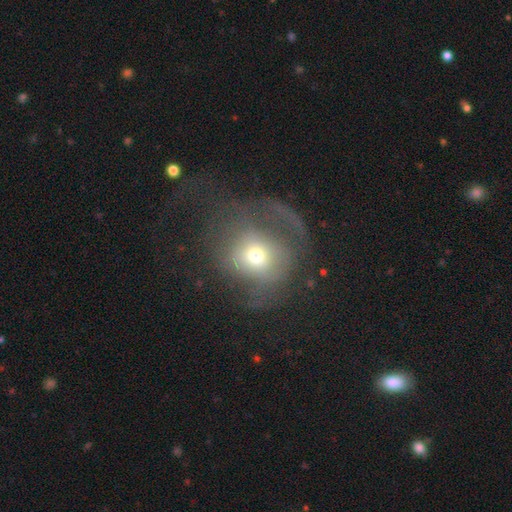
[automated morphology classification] Q: Smooth or featured?
A: smooth (51%); runner-up: featured or disk (36%)
Q: How rounded?
A: round (80%); runner-up: in between (19%)
Q: Merging?
A: major disturbance (55%); runner-up: none (27%)